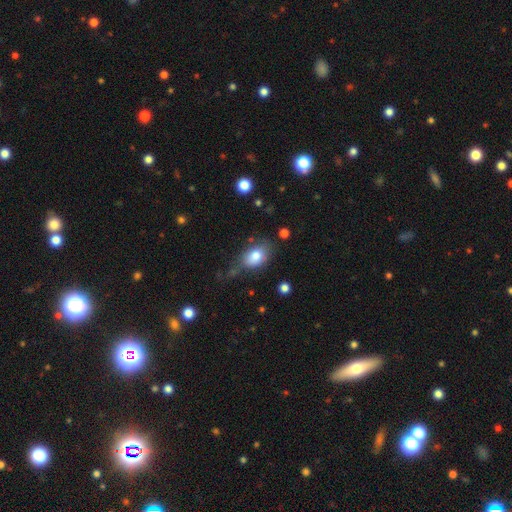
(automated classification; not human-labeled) A smooth galaxy with no disk features (79%) that is in between round and cigar-shaped (84%). Merging: none (59%).